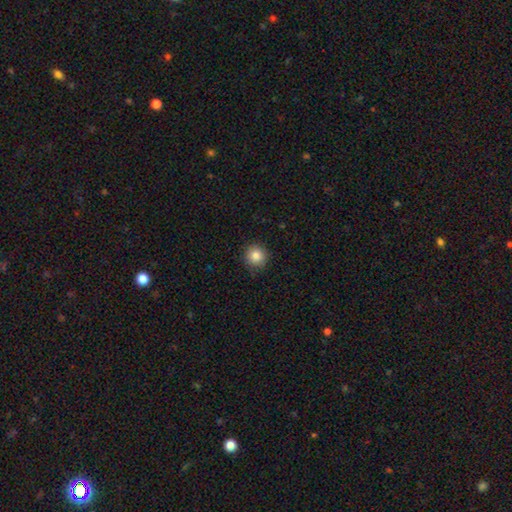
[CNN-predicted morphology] Smooth or featured? Predicted: smooth (p=0.85). How rounded? Predicted: round (p=0.94). Merging? Predicted: none (p=0.89).